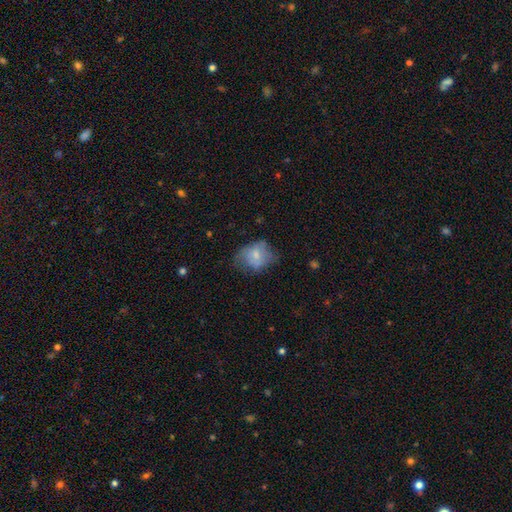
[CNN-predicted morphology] Overall: smooth (65%; featured or disk 26%). How rounded: in between (57%; round 42%). Merging: none (45%; minor disturbance 33%).